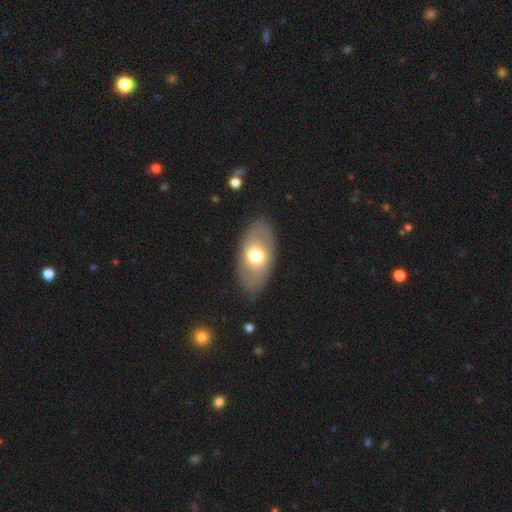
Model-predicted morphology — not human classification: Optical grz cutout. It shows a smooth galaxy with no disk features (56%) that is in between round and cigar-shaped (92%). Merging: none (84%).